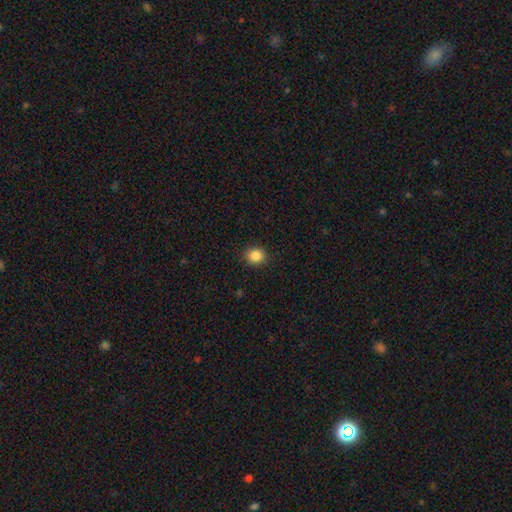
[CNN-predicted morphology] Overall: smooth (86%). How rounded: round (79%). Merging: none (90%).